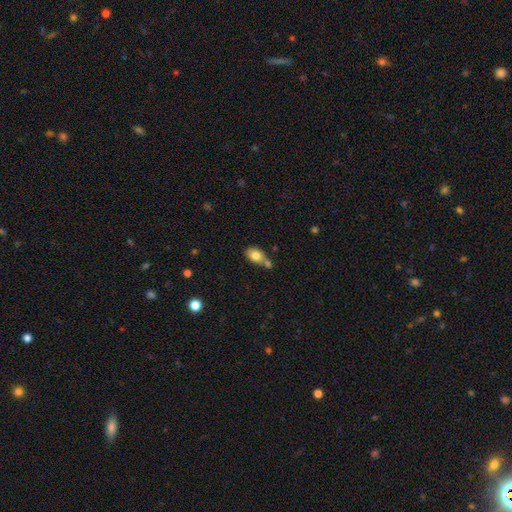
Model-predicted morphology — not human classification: Smooth or featured? Predicted: smooth (p=0.78). How rounded? Predicted: in between (p=0.82). Merging? Predicted: none (p=0.44).